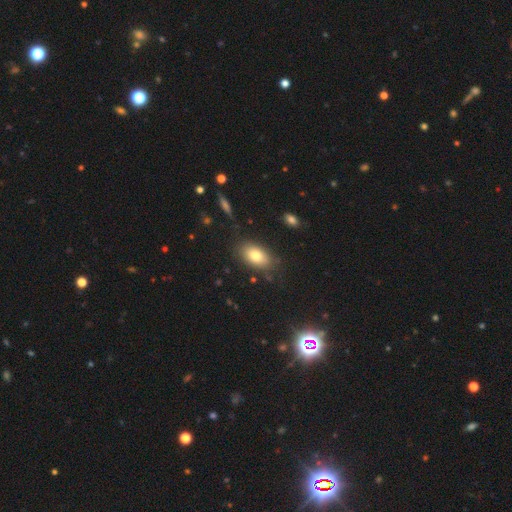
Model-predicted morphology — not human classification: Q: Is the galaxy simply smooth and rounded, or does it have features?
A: smooth — 79%.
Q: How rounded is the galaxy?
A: in between — 89%.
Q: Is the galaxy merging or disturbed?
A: none — 80%.